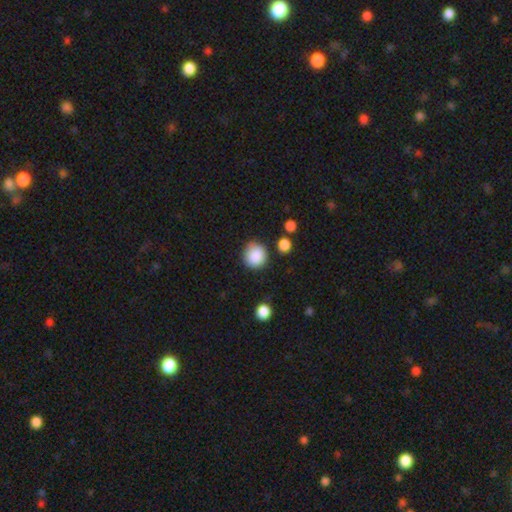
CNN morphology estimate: A smooth galaxy with no disk features (87%) that is round (88%).

Vote fractions:
- Smooth or featured? smooth: 87% / star or artifact: 9% / featured or disk: 4%
- How rounded? round: 88% / in between: 11% / cigar-shaped: 1%
- Merging? none: 79% / minor disturbance: 14% / merger: 4% / major disturbance: 4%